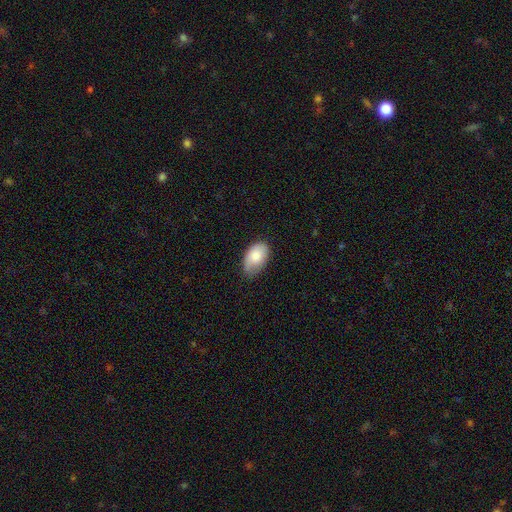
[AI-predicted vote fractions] The model was most divided on "merging": none: 63%, minor disturbance: 31%, major disturbance: 5%, merger: 1%. More confident: how rounded — in between (93%); smooth or featured — smooth (80%).